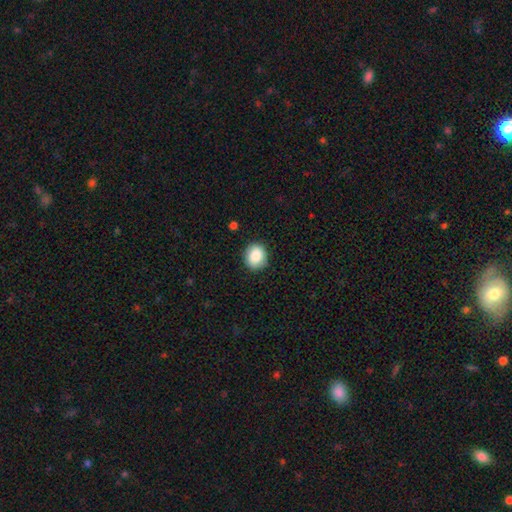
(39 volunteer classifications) A smooth galaxy with no disk features (90%) that is round (74%). Merging: none (89%).